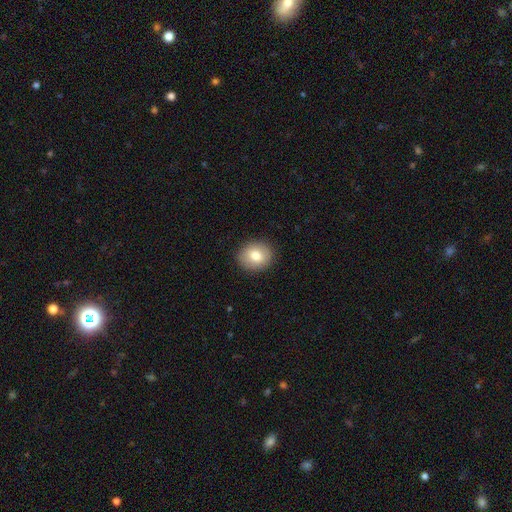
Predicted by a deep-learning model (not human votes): Smooth or featured? smooth (78%)
How rounded? round (68%)
Merging? none (90%)